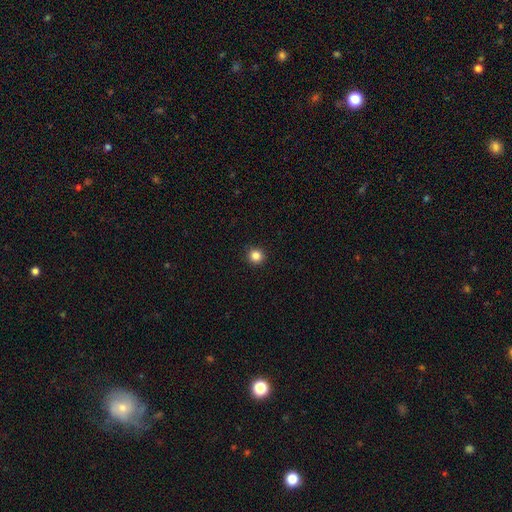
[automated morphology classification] This is clearly a smooth galaxy (85%). How rounded: clearly round (94%). Merging: clearly none (93%).